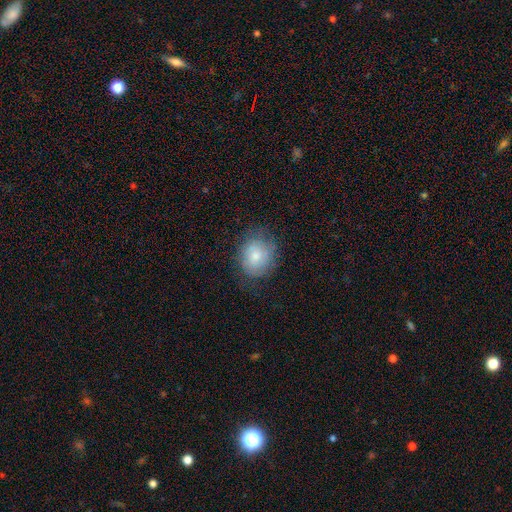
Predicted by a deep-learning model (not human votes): Q: Smooth or featured?
A: smooth (73%); runner-up: featured or disk (19%)
Q: How rounded?
A: round (65%); runner-up: in between (34%)
Q: Merging?
A: none (71%); runner-up: minor disturbance (21%)